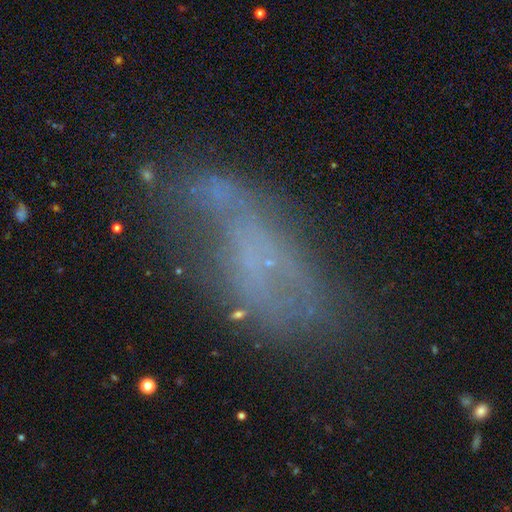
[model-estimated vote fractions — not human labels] Smooth or featured? Predicted: featured or disk (p=0.49). Merging? Predicted: none (p=0.42).